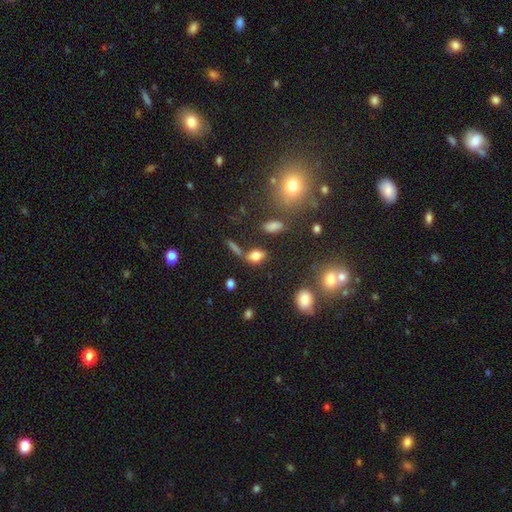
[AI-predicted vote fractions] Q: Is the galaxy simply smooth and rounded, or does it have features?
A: smooth — 71%.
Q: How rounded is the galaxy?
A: in between — 77%.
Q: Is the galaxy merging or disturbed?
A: none — 62%.